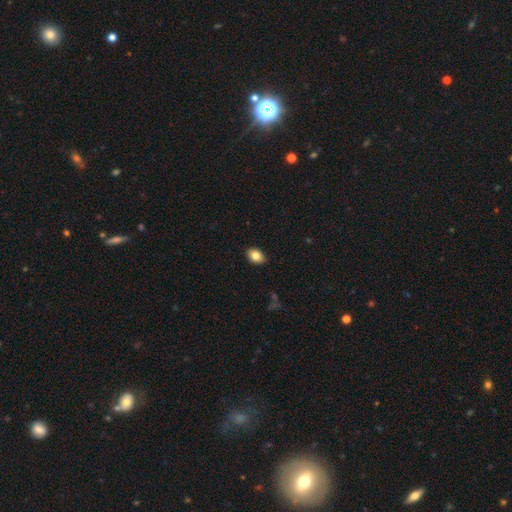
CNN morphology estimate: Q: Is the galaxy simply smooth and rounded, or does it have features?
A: smooth — 83%.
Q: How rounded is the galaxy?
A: in between — 79%.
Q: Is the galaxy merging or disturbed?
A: none — 87%.